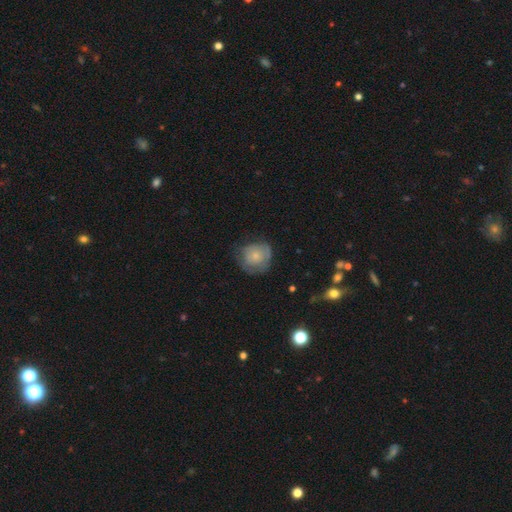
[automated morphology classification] A smooth galaxy with no disk features (66%) that is round (84%). Merging: none (56%).